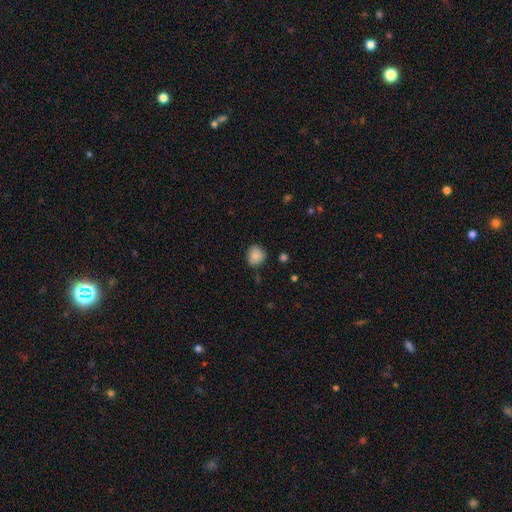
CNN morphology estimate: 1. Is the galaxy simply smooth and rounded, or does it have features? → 85% smooth, 8% star or artifact, 7% featured or disk.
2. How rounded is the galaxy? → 75% round, 24% in between, 1% cigar-shaped.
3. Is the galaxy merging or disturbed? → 77% none, 18% minor disturbance, 3% major disturbance, 2% merger.